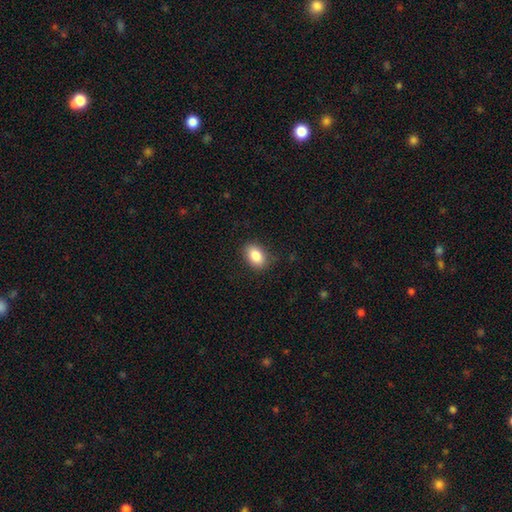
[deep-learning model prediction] Q: Smooth or featured?
A: smooth (85%); runner-up: star or artifact (8%)
Q: How rounded?
A: in between (81%); runner-up: round (18%)
Q: Merging?
A: none (85%); runner-up: minor disturbance (11%)